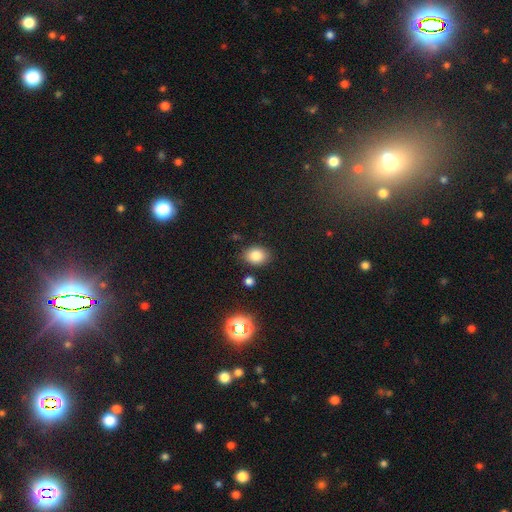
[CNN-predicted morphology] Smooth or featured: smooth — 82% (star or artifact — 11%)
How rounded: in between — 58% (round — 41%)
Merging: none — 83% (minor disturbance — 11%)